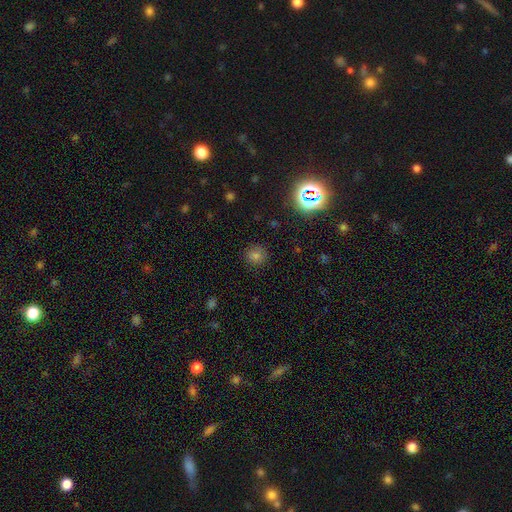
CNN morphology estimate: Smooth or featured?
  - smooth: 72% *
  - star or artifact: 20%
  - featured or disk: 8%
How rounded?
  - round: 91% *
  - in between: 8%
  - cigar-shaped: 1%
Merging?
  - none: 88% *
  - minor disturbance: 8%
  - major disturbance: 3%
  - merger: 1%